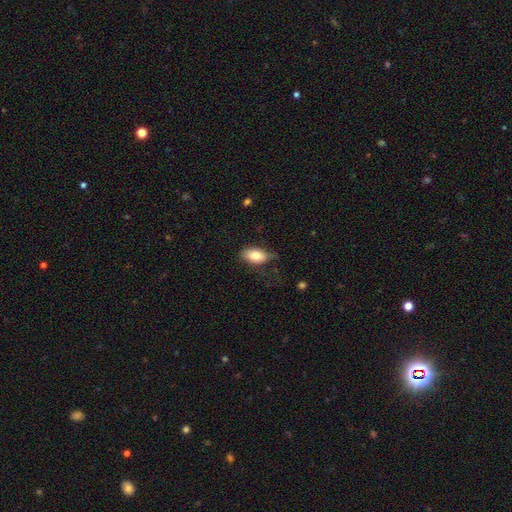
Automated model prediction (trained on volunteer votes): Overall: smooth (79%). How rounded: in between (91%). Merging: none (57%; minor disturbance 31%).